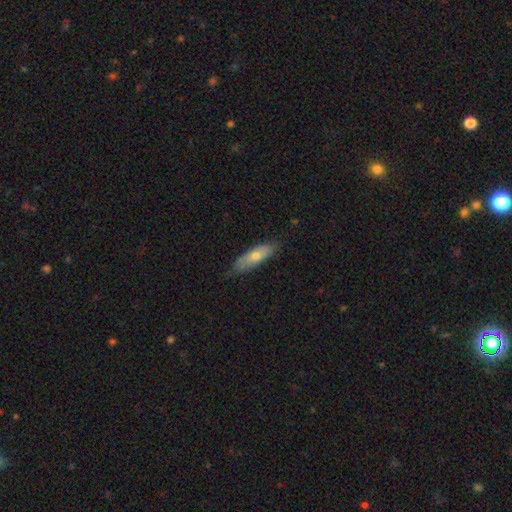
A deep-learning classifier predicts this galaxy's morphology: A smooth galaxy with no disk features (62%) that is in between round and cigar-shaped (53%). Merging: none (75%).